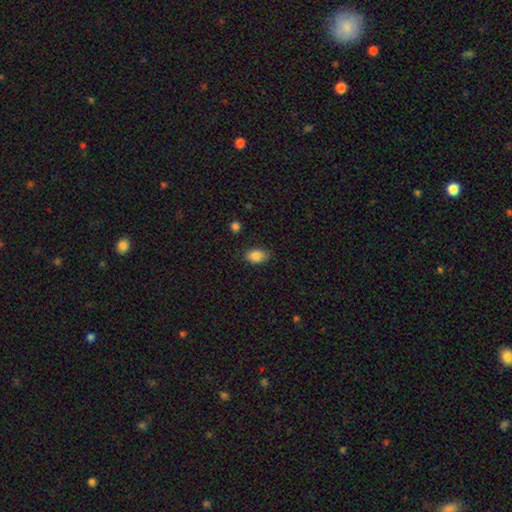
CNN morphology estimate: Q: Smooth or featured?
A: smooth (87%); runner-up: star or artifact (9%)
Q: How rounded?
A: in between (84%); runner-up: round (14%)
Q: Merging?
A: none (81%); runner-up: minor disturbance (14%)